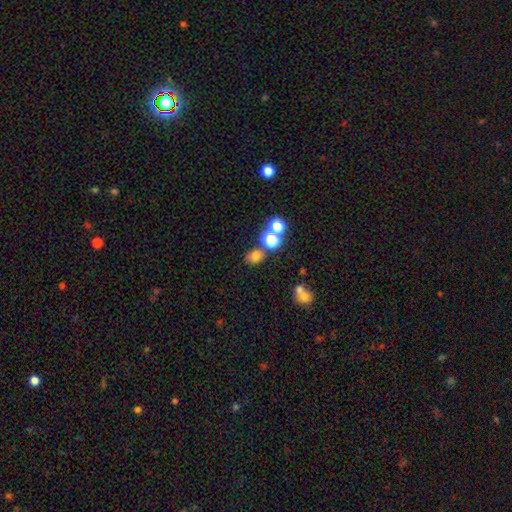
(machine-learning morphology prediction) Smooth or featured? smooth (73%)
How rounded? round (56%)
Merging? none (69%)